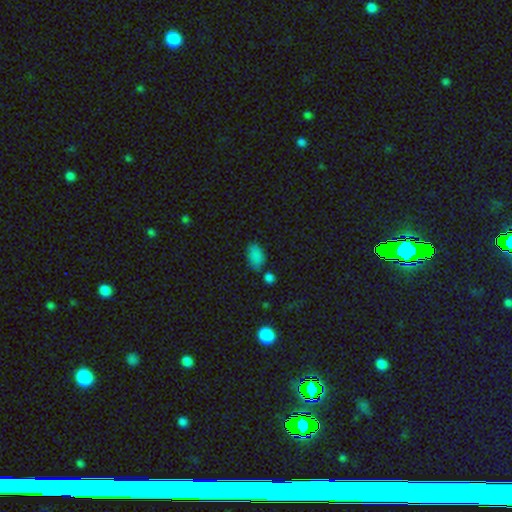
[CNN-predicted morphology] Smooth or featured? Predicted: smooth (p=0.81). How rounded? Predicted: in between (p=0.89). Merging? Predicted: none (p=0.64).